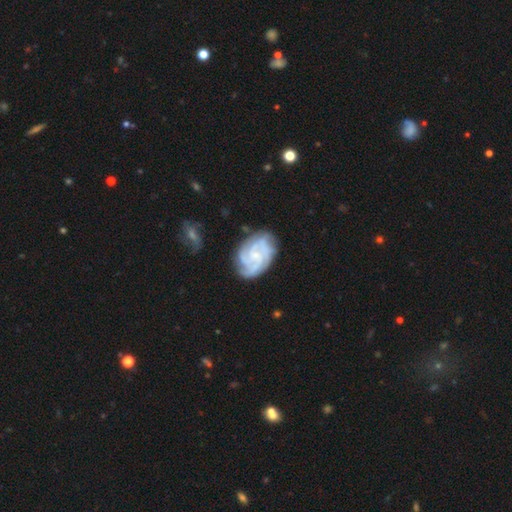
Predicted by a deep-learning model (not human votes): A featured or disk galaxy (83%) with no bar (64%), 3 (29%) tight (64%) spiral arms (97%) and a small central bulge (54%). Merging: none (74%).